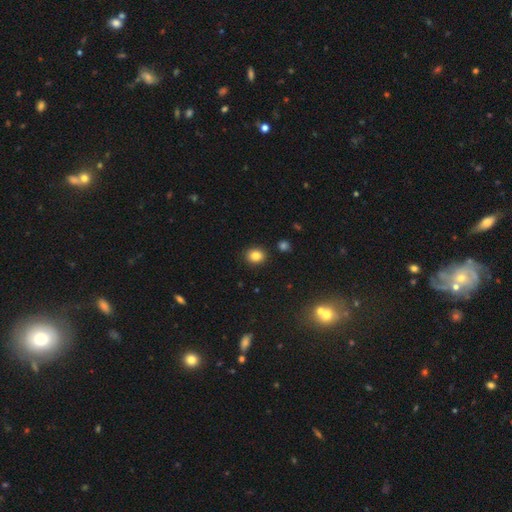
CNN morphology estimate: Q: Smooth or featured?
A: smooth (84%); runner-up: star or artifact (10%)
Q: How rounded?
A: round (70%); runner-up: in between (29%)
Q: Merging?
A: none (89%); runner-up: minor disturbance (7%)